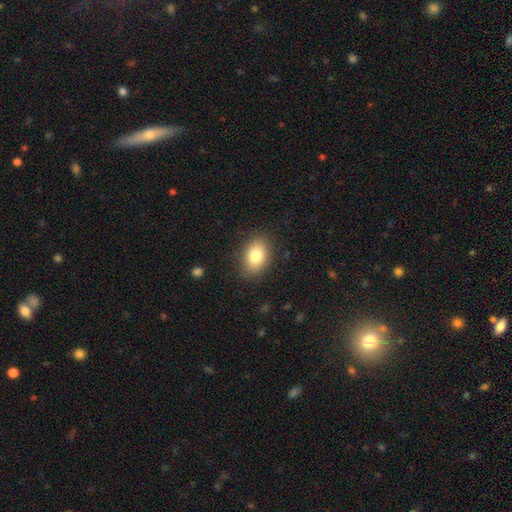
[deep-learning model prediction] Smooth or featured: smooth — 82% (featured or disk — 10%)
How rounded: in between — 84% (round — 15%)
Merging: none — 85% (minor disturbance — 11%)